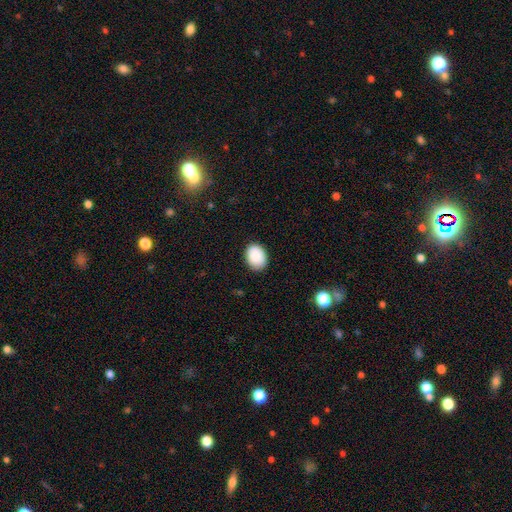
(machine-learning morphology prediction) Smooth or featured: smooth — 89% (star or artifact — 7%)
How rounded: in between — 70% (round — 29%)
Merging: none — 88% (minor disturbance — 9%)